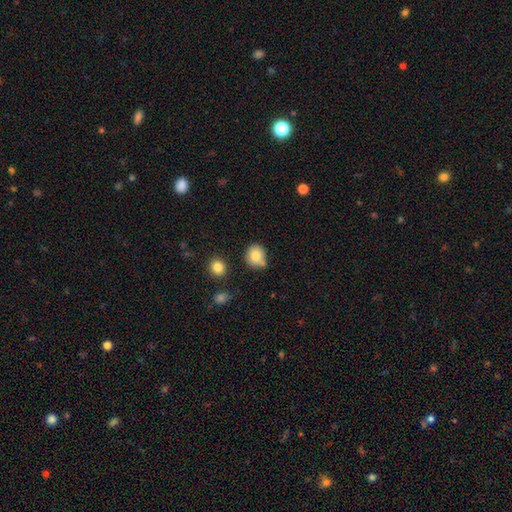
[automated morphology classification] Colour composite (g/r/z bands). It shows a smooth galaxy with no disk features (80%) that is round (74%). Merging: none (62%).